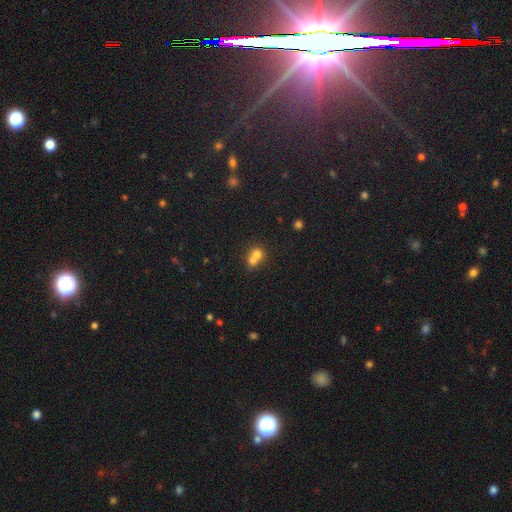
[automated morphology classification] smooth-or-featured: smooth: 70% | featured or disk: 17% | star or artifact: 13%
  how-rounded: round: 78% | in between: 21% | cigar-shaped: 1%
  merging: merger: 67% | none: 26% | minor disturbance: 5% | major disturbance: 2%